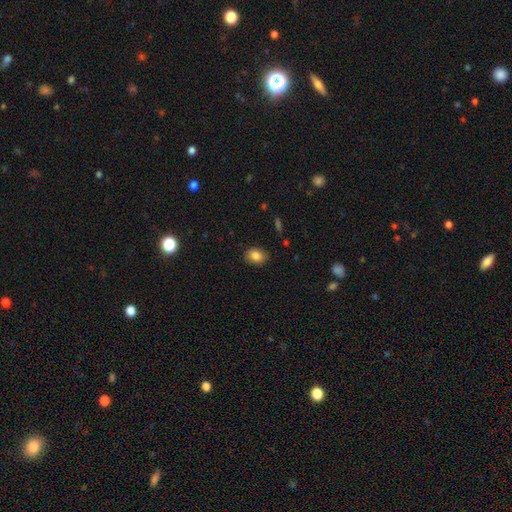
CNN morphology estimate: Overall: smooth (85%). How rounded: in between (68%; round 31%). Merging: none (86%).